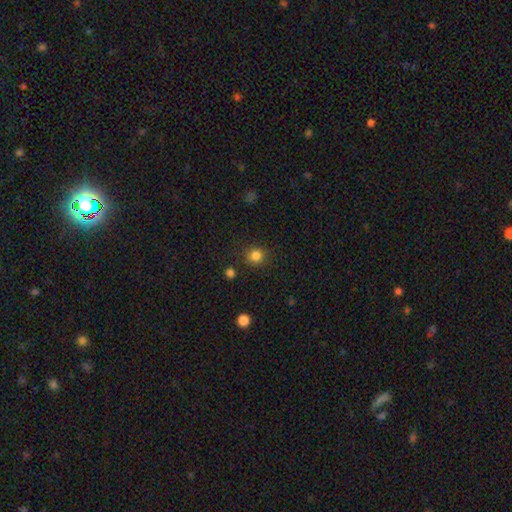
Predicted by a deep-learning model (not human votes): This appears to be a smooth galaxy with no disk features (83%) that is round (91%). Merging: none (87%).